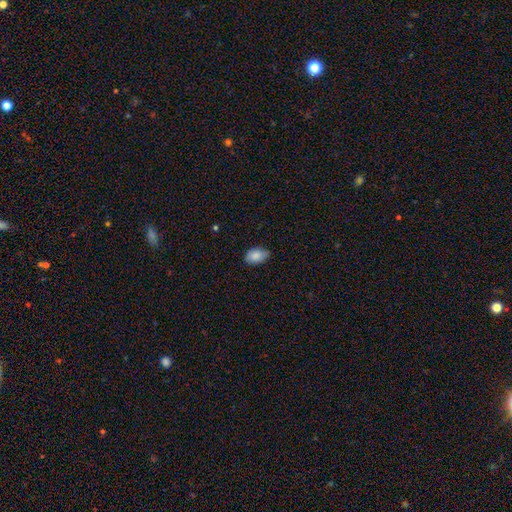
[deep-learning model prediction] A smooth galaxy with no disk features (87%) that is in between round and cigar-shaped (89%). Merging: none (69%).